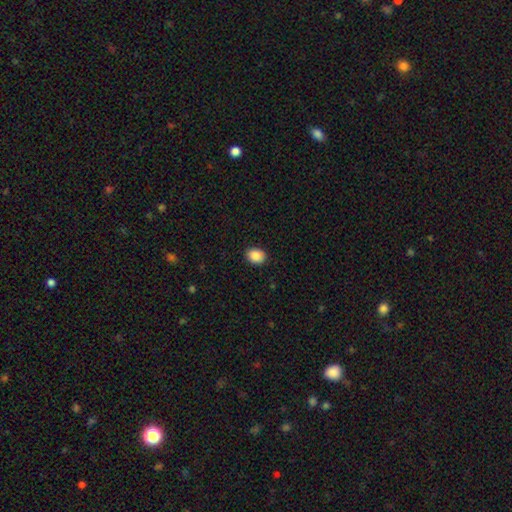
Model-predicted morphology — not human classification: A smooth galaxy with no disk features (89%) that is in between round and cigar-shaped (58%).

Vote fractions:
- Smooth or featured? smooth: 89% / star or artifact: 8% / featured or disk: 3%
- How rounded? in between: 58% / round: 41% / cigar-shaped: 1%
- Merging? none: 90% / minor disturbance: 7% / major disturbance: 2% / merger: 1%